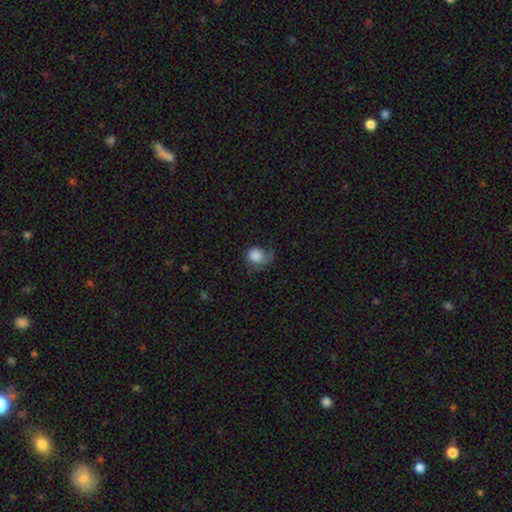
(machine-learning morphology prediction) This is likely a smooth galaxy (76%). How rounded: likely round (72%). Merging: marginally none (40%).